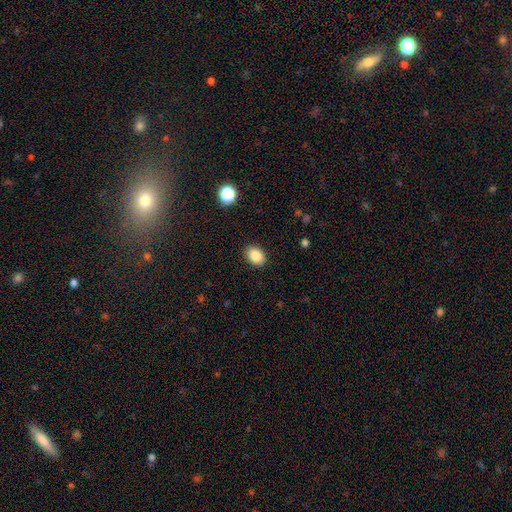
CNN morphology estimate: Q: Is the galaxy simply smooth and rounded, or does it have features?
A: smooth — 87%.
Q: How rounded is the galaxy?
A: in between — 76%.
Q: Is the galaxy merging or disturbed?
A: none — 89%.